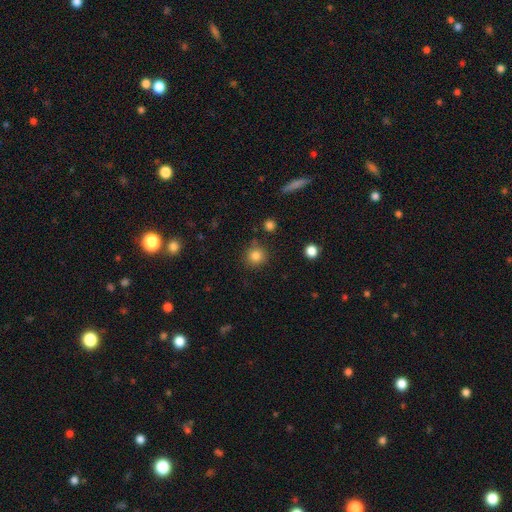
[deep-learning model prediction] Overall: smooth (84%). How rounded: round (92%). Merging: none (85%).